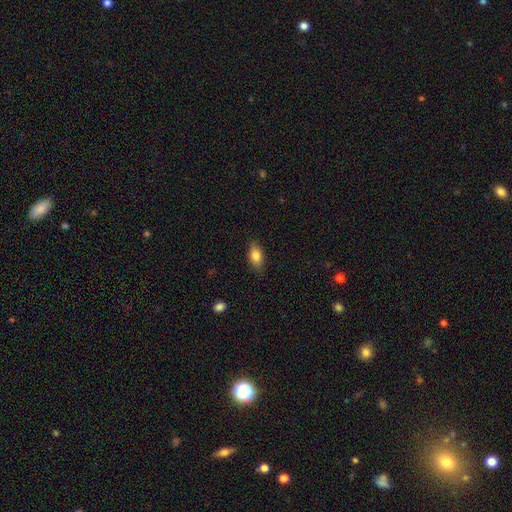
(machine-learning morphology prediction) type=smooth (82%); roundness=in between (87%); merging=none (85%).